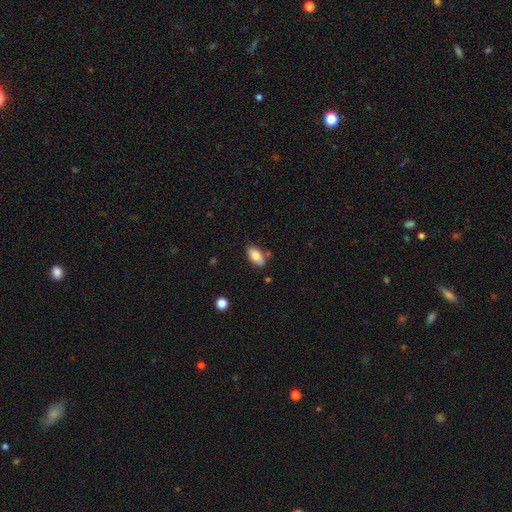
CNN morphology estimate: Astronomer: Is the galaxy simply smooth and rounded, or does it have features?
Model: smooth — 80%.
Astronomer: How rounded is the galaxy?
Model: in between — 92%.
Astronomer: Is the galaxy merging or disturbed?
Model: none — 78%.